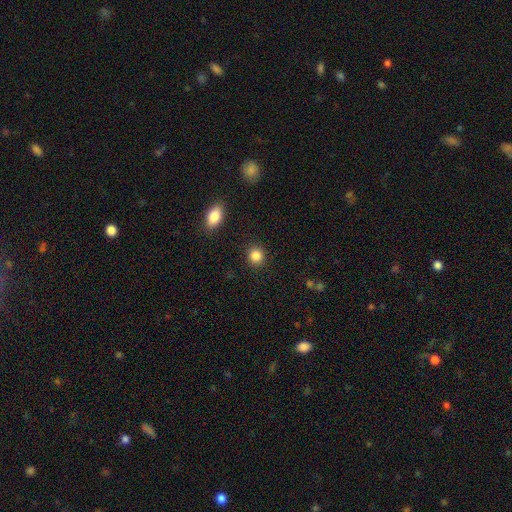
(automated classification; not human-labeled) Q: Smooth or featured?
A: smooth (87%); runner-up: star or artifact (10%)
Q: How rounded?
A: round (83%); runner-up: in between (16%)
Q: Merging?
A: none (90%); runner-up: minor disturbance (6%)